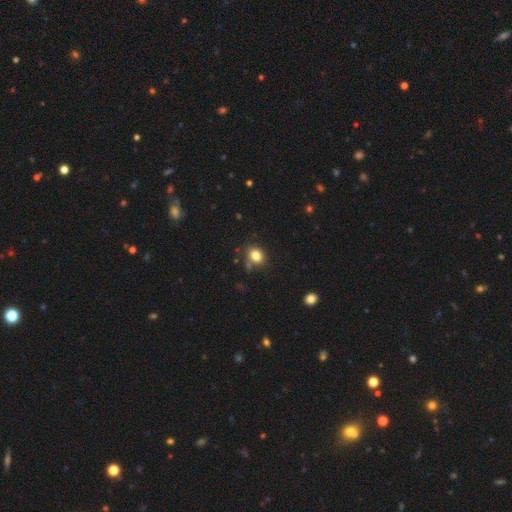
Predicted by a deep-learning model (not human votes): A smooth galaxy with no disk features (82%) that is round (51%). Merging: none (76%).